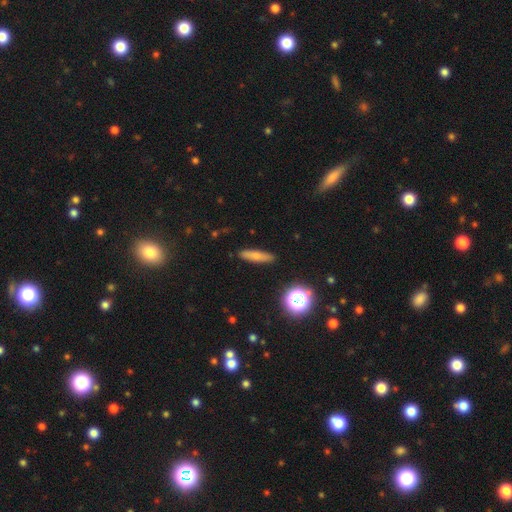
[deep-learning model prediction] Smooth or featured: smooth — 70% (featured or disk — 20%)
How rounded: cigar-shaped — 74% (in between — 22%)
Merging: none — 89% (minor disturbance — 8%)